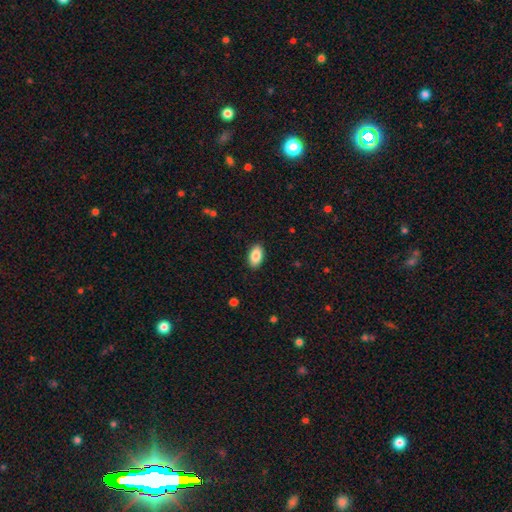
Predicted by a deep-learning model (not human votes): The model was most divided on "smooth or featured": smooth: 87%, star or artifact: 7%, featured or disk: 6%. More confident: how rounded — in between (94%); merging — none (89%).